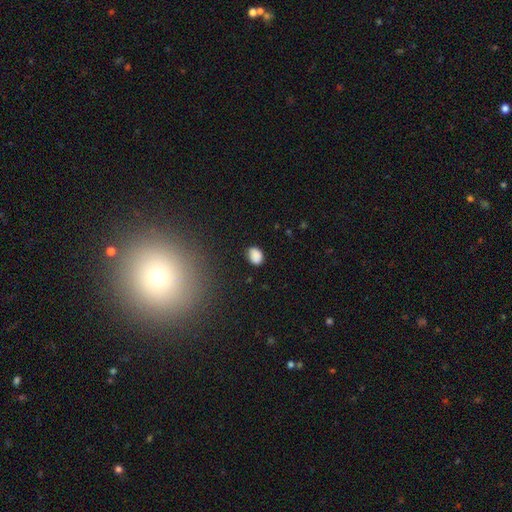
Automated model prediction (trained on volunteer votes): Smooth or featured? smooth (85%)
How rounded? in between (74%)
Merging? none (80%)